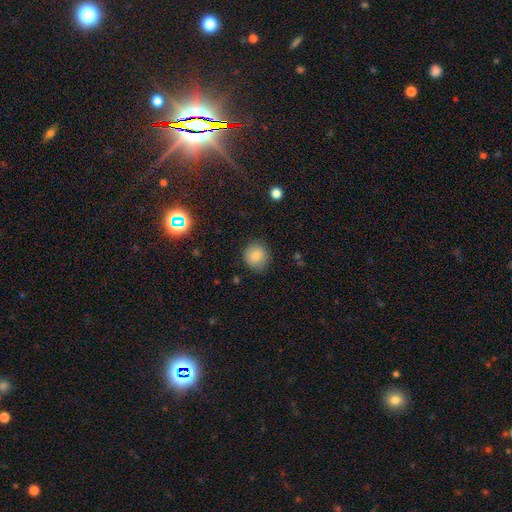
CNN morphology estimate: Smooth or featured? smooth (84%)
How rounded? round (89%)
Merging? none (85%)